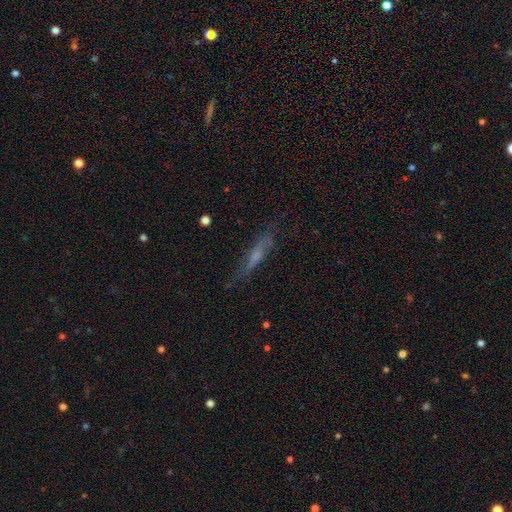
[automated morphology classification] smooth-or-featured: featured or disk: 48% | smooth: 42% | star or artifact: 10%
  merging: none: 66% | minor disturbance: 22% | major disturbance: 10% | merger: 2%